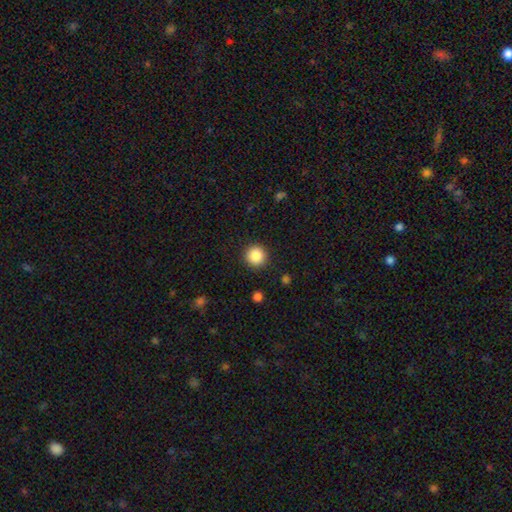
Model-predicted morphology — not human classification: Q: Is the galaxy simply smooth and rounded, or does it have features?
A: smooth — 87%.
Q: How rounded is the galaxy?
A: round — 96%.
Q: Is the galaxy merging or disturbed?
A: none — 92%.